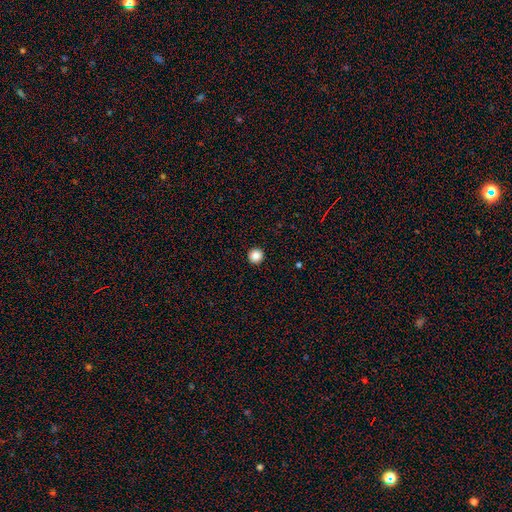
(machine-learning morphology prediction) smooth_or_featured: smooth (p=0.87) [alt: star or artifact p=0.10]
how_rounded: round (p=0.96) [alt: in between p=0.03]
merging: none (p=0.94) [alt: minor disturbance p=0.04]